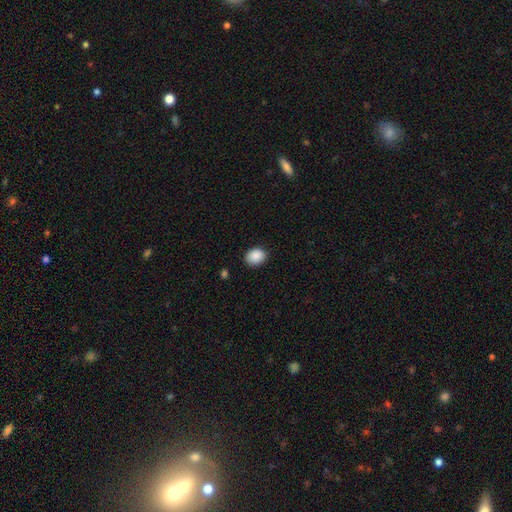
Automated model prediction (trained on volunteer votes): smooth_or_featured: smooth (p=0.89) [alt: star or artifact p=0.08]
how_rounded: in between (p=0.55) [alt: round p=0.45]
merging: none (p=0.88) [alt: minor disturbance p=0.09]